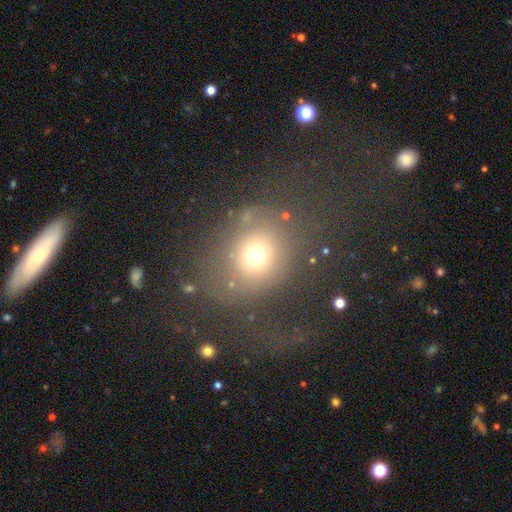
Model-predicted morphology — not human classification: Overall: smooth (66%). How rounded: round (73%). Merging: none (60%; major disturbance 20%).